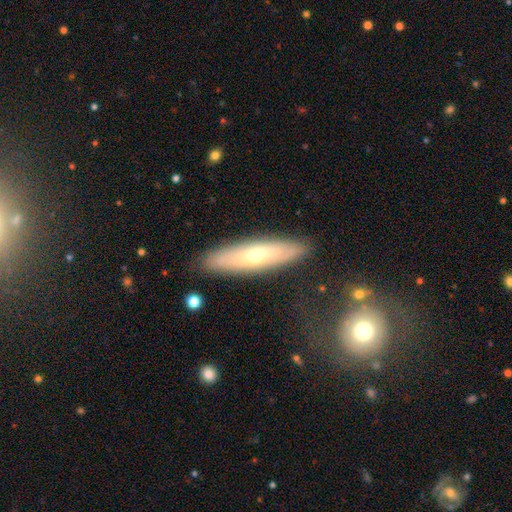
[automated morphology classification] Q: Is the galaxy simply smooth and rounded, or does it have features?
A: featured or disk — 52%.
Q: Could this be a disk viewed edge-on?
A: yes — 59%.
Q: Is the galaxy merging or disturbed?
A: none — 86%.